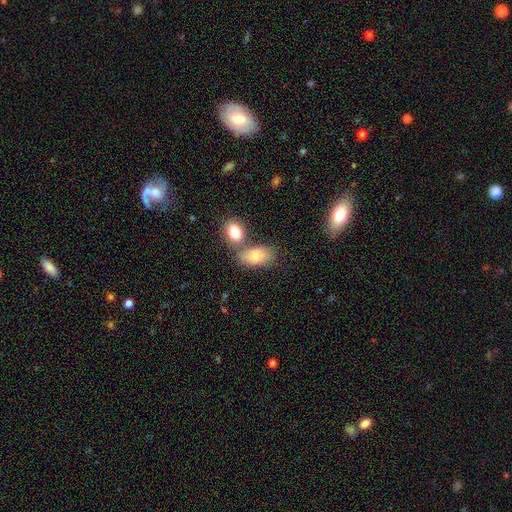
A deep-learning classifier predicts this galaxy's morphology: smooth 75%, featured or disk 16%, star or artifact 8%. Down the decision tree: how rounded — in between (88%); merging — none (47%).